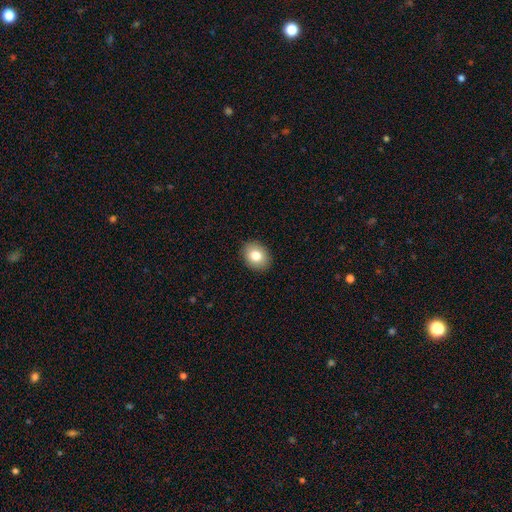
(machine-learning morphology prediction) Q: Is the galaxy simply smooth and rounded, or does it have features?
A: smooth — 81%.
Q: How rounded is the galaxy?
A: in between — 53%.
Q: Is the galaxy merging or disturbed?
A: none — 90%.